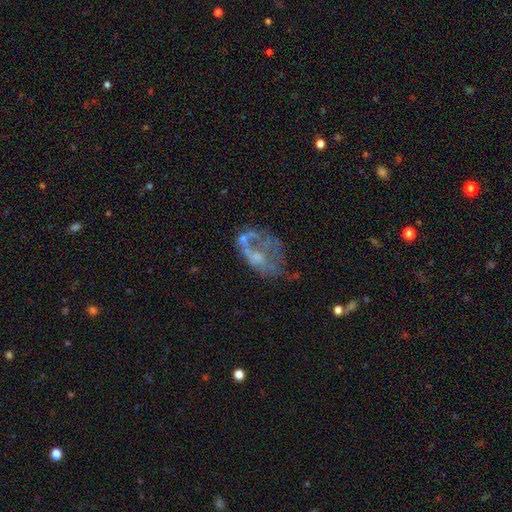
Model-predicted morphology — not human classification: The model was most divided on "merging": major disturbance: 34%, none: 31%, minor disturbance: 18%, merger: 17%. Remaining: edge-on disk — no (97%); spiral arms — no (87%); bar — no (87%); smooth or featured — featured or disk (61%); bulge size — none (49%).